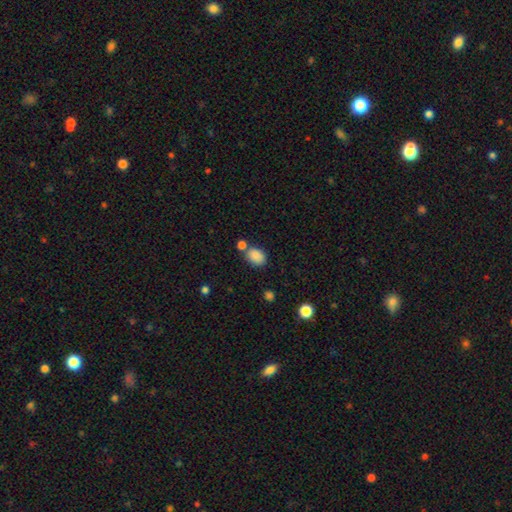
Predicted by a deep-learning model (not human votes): Morphology: type=smooth (87%); roundness=in between (78%); merging=none (61%).